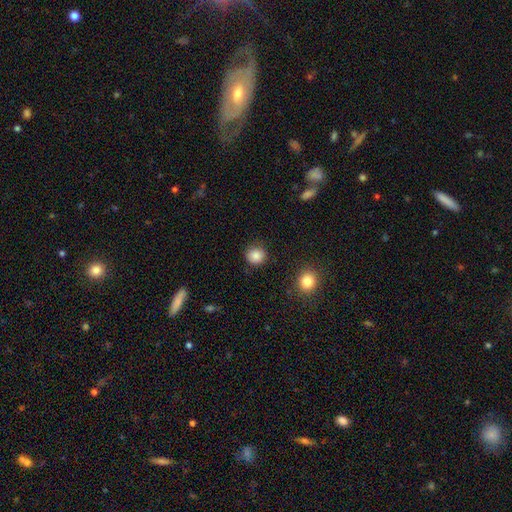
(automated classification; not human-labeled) The model was most divided on "smooth or featured": smooth: 86%, star or artifact: 10%, featured or disk: 4%. More confident: how rounded — round (89%); merging — none (87%).